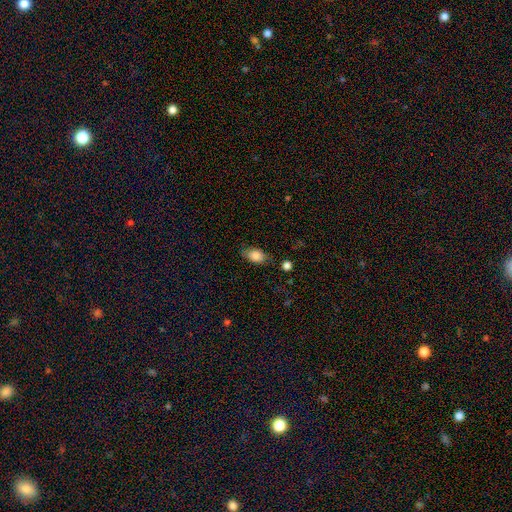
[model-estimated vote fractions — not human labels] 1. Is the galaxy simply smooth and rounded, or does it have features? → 86% smooth, 8% star or artifact, 6% featured or disk.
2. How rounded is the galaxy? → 85% in between, 12% round, 2% cigar-shaped.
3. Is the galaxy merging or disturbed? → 75% none, 18% minor disturbance, 5% major disturbance, 2% merger.